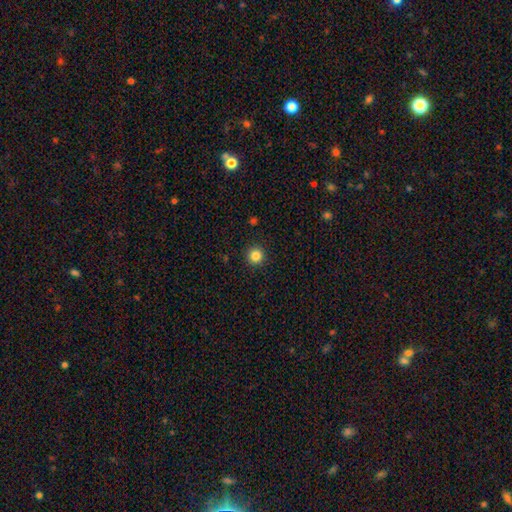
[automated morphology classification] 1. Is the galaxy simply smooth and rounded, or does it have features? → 84% smooth, 12% star or artifact, 4% featured or disk.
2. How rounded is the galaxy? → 96% round, 3% in between, 1% cigar-shaped.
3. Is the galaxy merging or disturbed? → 93% none, 4% minor disturbance, 2% major disturbance, 1% merger.